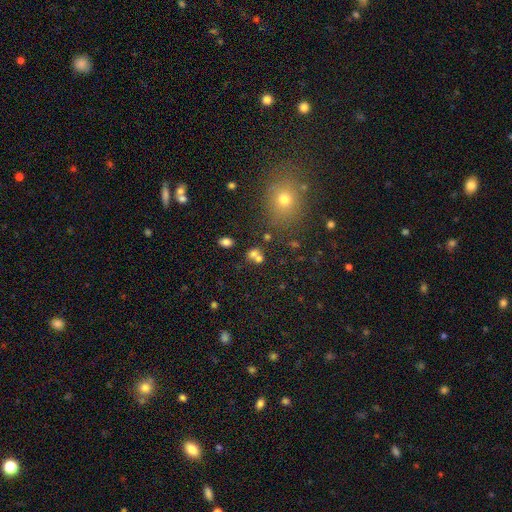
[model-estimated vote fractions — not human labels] Smooth or featured? Predicted: smooth (p=0.67). How rounded? Predicted: round (p=0.62). Merging? Predicted: merger (p=0.47).